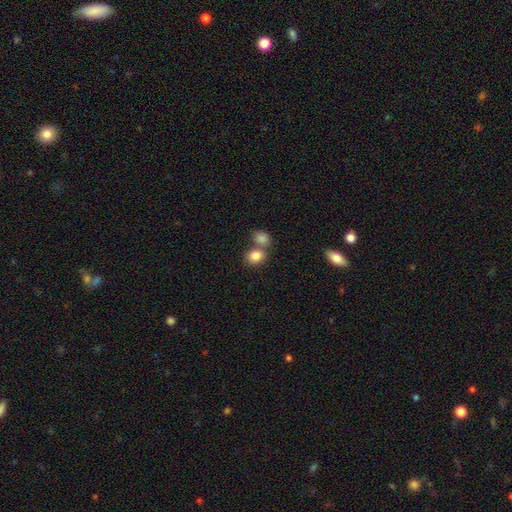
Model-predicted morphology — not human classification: Smooth or featured: smooth — 84% (star or artifact — 9%)
How rounded: round — 60% (in between — 39%)
Merging: none — 46% (merger — 43%)